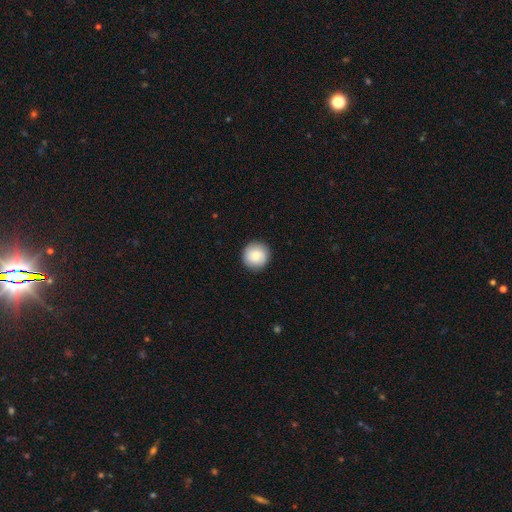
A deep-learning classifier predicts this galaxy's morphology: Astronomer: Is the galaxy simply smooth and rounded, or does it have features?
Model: smooth — 84%.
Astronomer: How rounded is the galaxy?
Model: round — 95%.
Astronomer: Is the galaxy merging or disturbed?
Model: none — 91%.